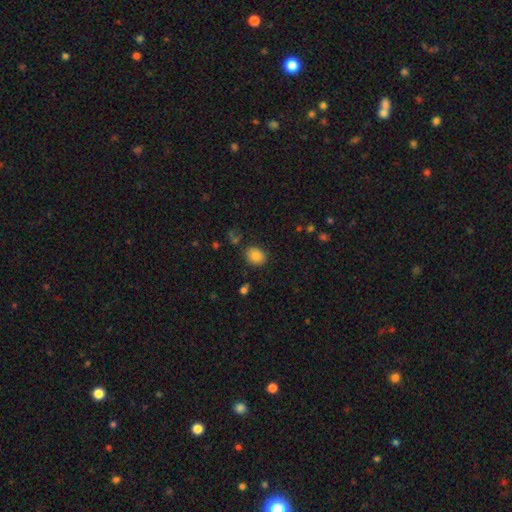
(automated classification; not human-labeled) Smooth or featured? Predicted: smooth (p=0.83). How rounded? Predicted: round (p=0.53). Merging? Predicted: none (p=0.82).